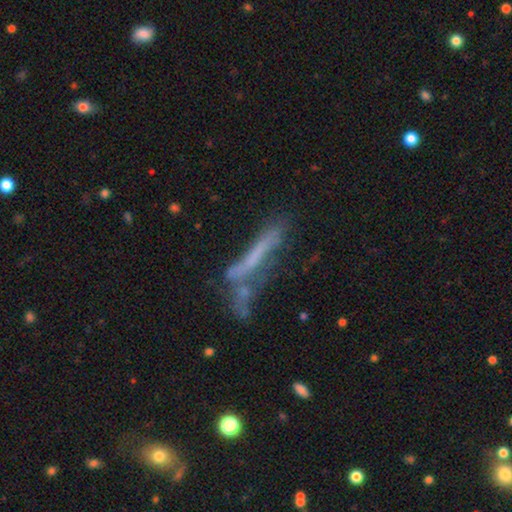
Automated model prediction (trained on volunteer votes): This appears to be a featured or disk galaxy (45%). Merging: none (46%).